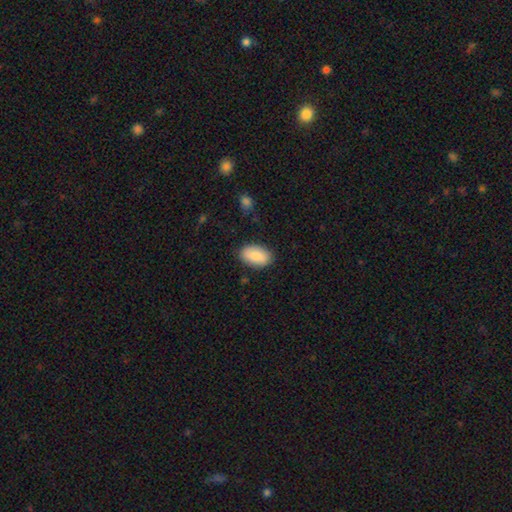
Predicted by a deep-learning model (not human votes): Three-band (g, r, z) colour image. It shows a smooth galaxy with no disk features (86%) that is in between round and cigar-shaped (94%). Merging: none (85%).